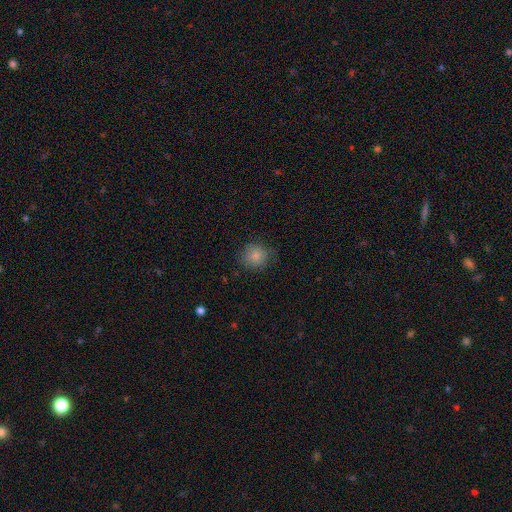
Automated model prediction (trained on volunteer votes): Overall: smooth (83%). How rounded: round (88%). Merging: none (78%).